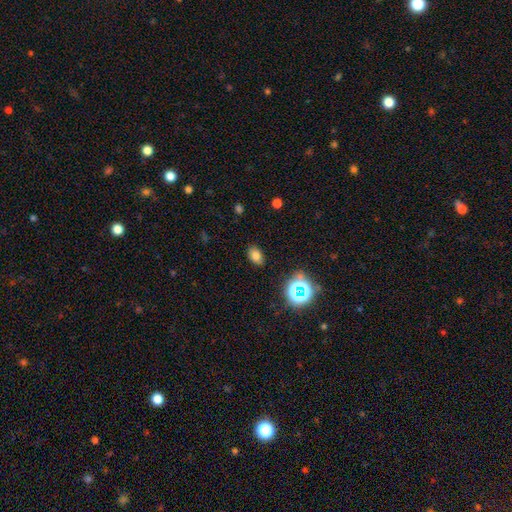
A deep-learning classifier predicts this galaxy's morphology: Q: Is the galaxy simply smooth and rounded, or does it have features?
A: smooth — 75%.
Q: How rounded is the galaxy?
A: in between — 80%.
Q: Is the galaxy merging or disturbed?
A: none — 85%.